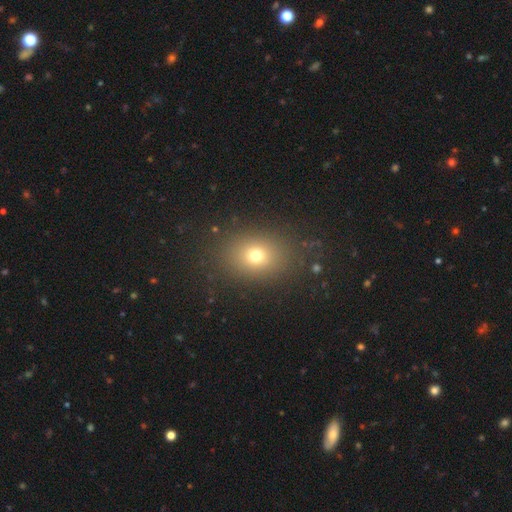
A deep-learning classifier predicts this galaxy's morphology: This appears to be a smooth galaxy with no disk features (71%) that is in between round and cigar-shaped (53%). Merging: none (84%).